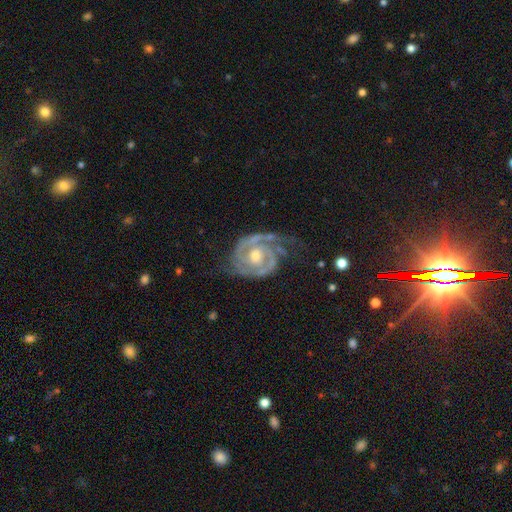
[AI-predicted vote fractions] This is clearly a featured or disk galaxy (92%). It is clearly not viewed edge-on (98%). Bar: likely no (68%). Spiral arm pattern: clearly yes (98%). Spiral arm count: likely 2 (75%). Spiral winding: likely tight (64%). Central bulge: likely moderate (65%). Merging: likely none (63%).